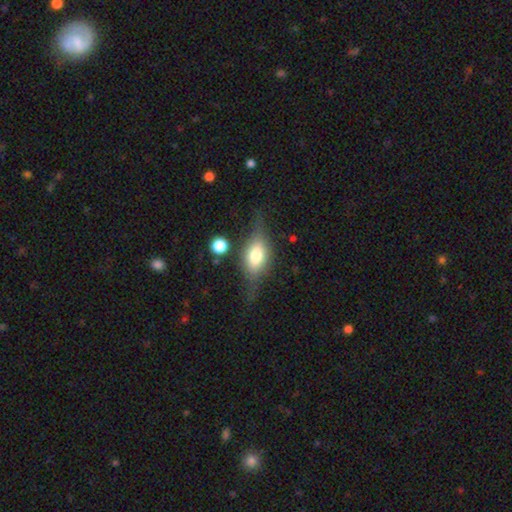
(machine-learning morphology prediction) Q: Smooth or featured?
A: featured or disk (50%); runner-up: smooth (42%)
Q: Edge-on disk?
A: yes (88%); runner-up: no (12%)
Q: Merging?
A: none (65%); runner-up: minor disturbance (22%)